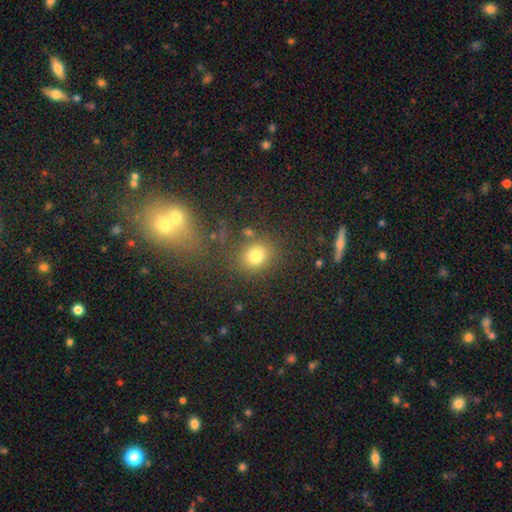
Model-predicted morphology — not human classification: This appears to be a smooth galaxy with no disk features (76%) that is round (73%). Merging: none (75%).